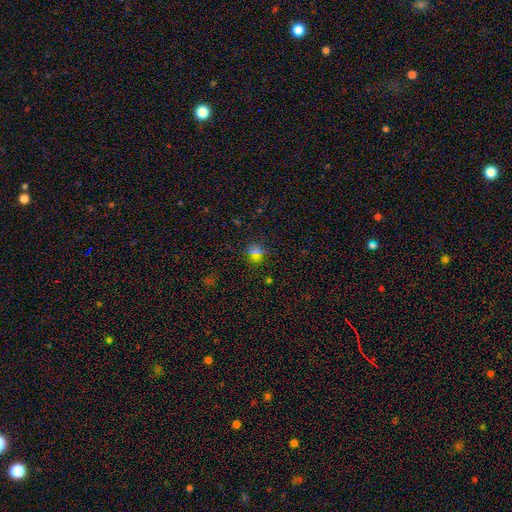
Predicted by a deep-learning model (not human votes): Overall: smooth (62%; star or artifact 32%). How rounded: round (82%). Merging: none (85%).